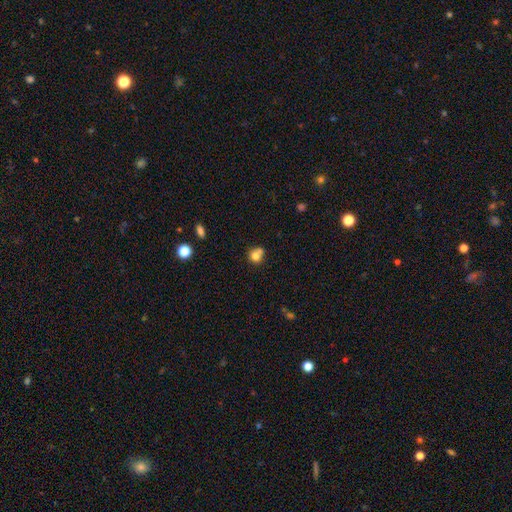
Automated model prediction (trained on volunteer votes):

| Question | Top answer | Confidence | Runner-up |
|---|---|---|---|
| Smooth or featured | smooth | 77% | featured or disk (12%) |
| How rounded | round | 83% | in between (16%) |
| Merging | none | 48% | merger (34%) |